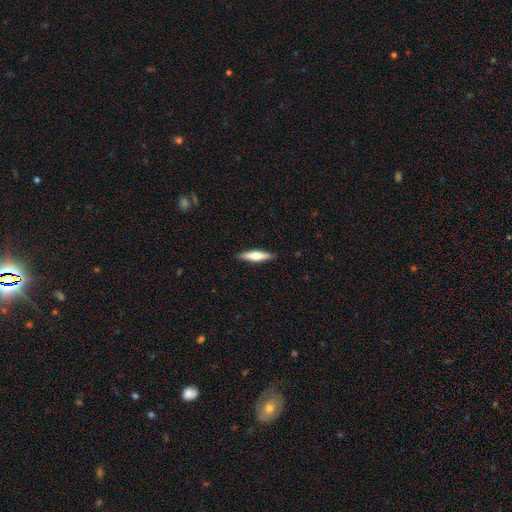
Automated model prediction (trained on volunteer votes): Overall: smooth (55%; featured or disk 40%). How rounded: cigar-shaped (75%). Merging: none (90%).